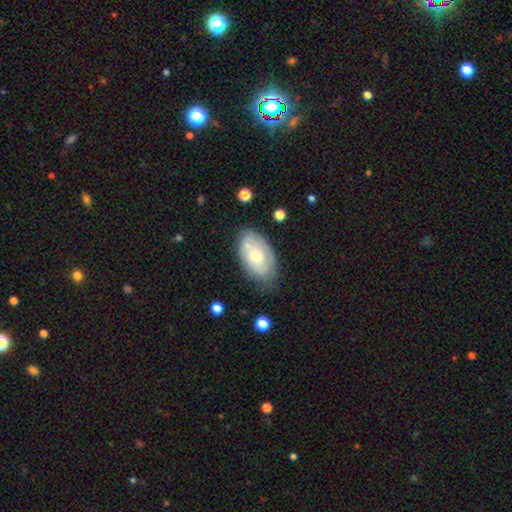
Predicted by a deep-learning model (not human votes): Overall: smooth (48%; featured or disk 46%). Merging: none (63%; minor disturbance 25%).